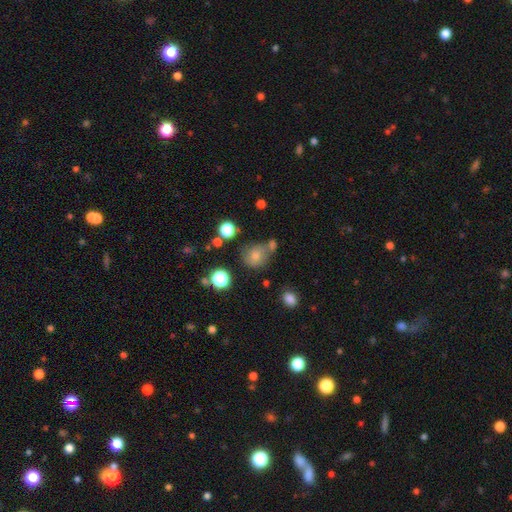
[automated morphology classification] smooth 73%, star or artifact 15%, featured or disk 12%. Down the decision tree: how rounded — round (78%); merging — none (53%).